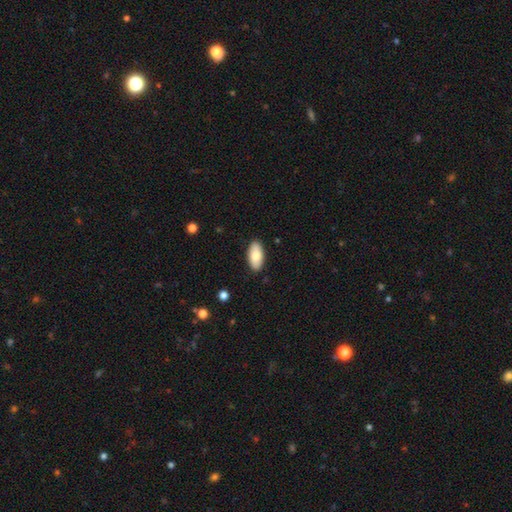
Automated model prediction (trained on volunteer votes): Morphology: type=smooth (81%); roundness=in between (92%); merging=none (89%).